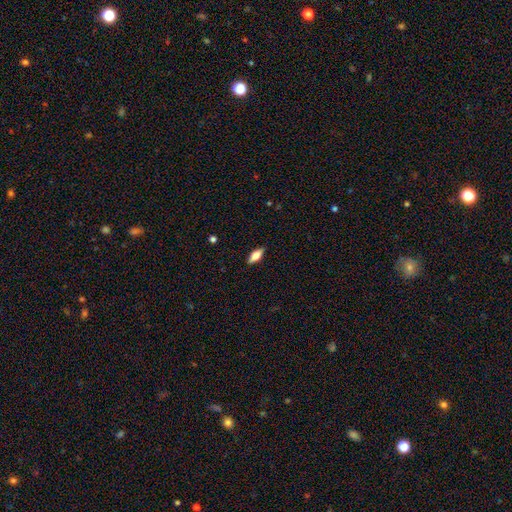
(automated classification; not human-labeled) A smooth galaxy with no disk features (66%) that is in between round and cigar-shaped (75%).

Vote fractions:
- Smooth or featured? smooth: 66% / featured or disk: 27% / star or artifact: 7%
- How rounded? in between: 75% / cigar-shaped: 22% / round: 3%
- Merging? none: 87% / minor disturbance: 10% / major disturbance: 2% / merger: 1%